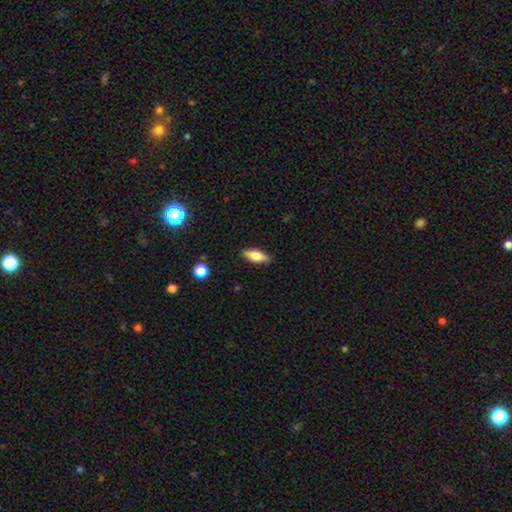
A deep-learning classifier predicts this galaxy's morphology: smooth 69%, featured or disk 24%, star or artifact 7%. Down the decision tree: how rounded — in between (69%); merging — none (87%).